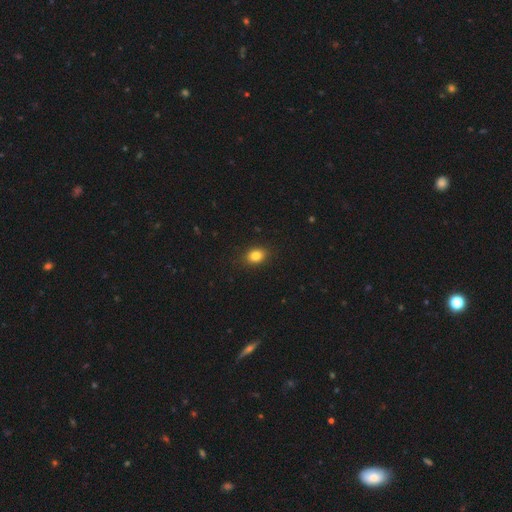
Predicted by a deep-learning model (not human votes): A smooth galaxy with no disk features (83%) that is in between round and cigar-shaped (65%).

Vote fractions:
- Smooth or featured? smooth: 83% / star or artifact: 11% / featured or disk: 6%
- How rounded? in between: 65% / round: 34% / cigar-shaped: 1%
- Merging? none: 89% / minor disturbance: 8% / major disturbance: 2% / merger: 1%